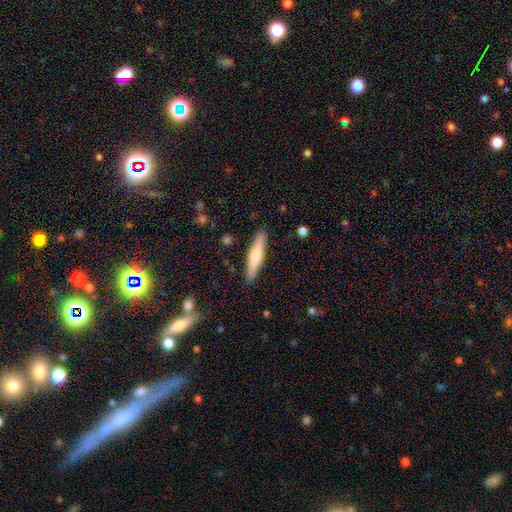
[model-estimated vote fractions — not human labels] A smooth galaxy with no disk features (54%) that is cigar-shaped (88%). Merging: none (90%).